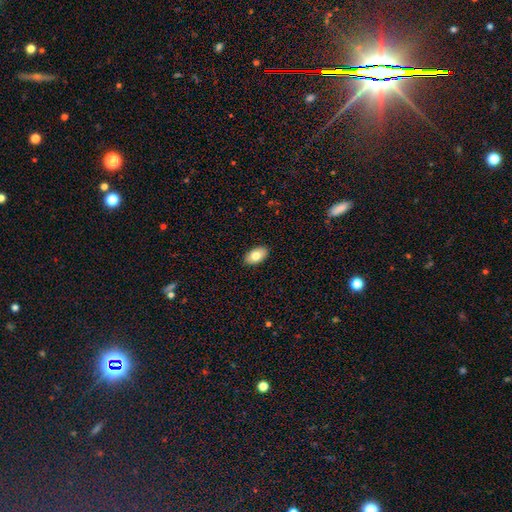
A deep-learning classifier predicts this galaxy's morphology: smooth-or-featured: smooth: 78% | featured or disk: 15% | star or artifact: 7%
  how-rounded: in between: 93% | round: 5% | cigar-shaped: 2%
  merging: none: 89% | minor disturbance: 8% | major disturbance: 2% | merger: 1%